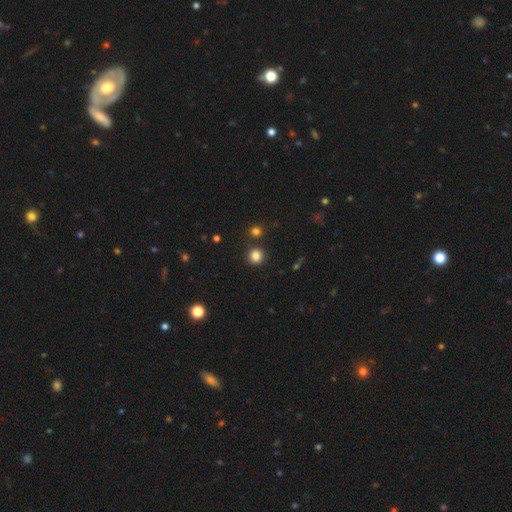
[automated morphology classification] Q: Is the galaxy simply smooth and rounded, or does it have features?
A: smooth — 83%.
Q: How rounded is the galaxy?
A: round — 93%.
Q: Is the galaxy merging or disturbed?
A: none — 87%.